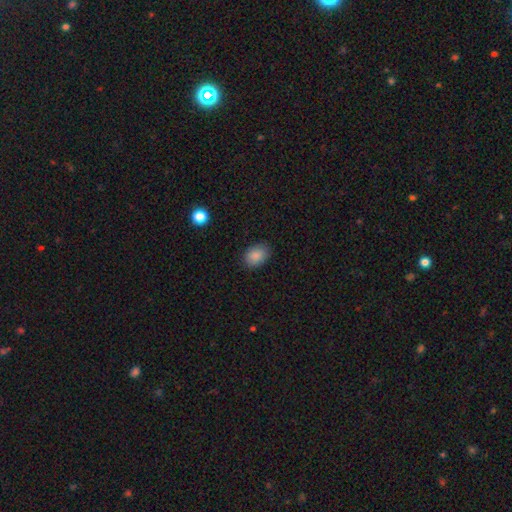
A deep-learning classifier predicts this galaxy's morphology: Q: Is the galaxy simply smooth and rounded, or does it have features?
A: smooth — 87%.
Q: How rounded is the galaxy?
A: in between — 73%.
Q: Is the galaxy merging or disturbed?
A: none — 84%.